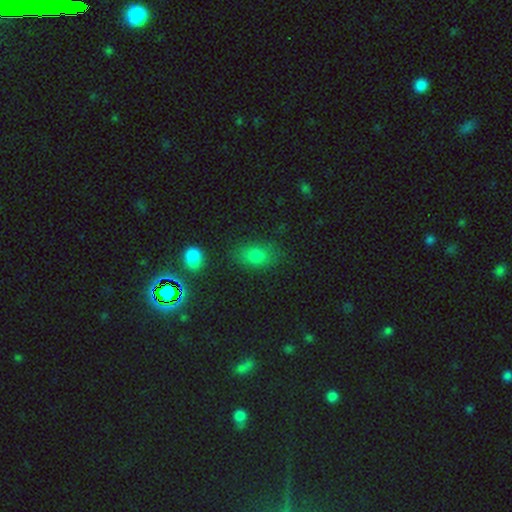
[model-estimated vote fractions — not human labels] Smooth or featured?
  - smooth: 75% *
  - star or artifact: 16%
  - featured or disk: 9%
How rounded?
  - in between: 75% *
  - round: 22%
  - cigar-shaped: 2%
Merging?
  - none: 77% *
  - minor disturbance: 15%
  - major disturbance: 5%
  - merger: 4%